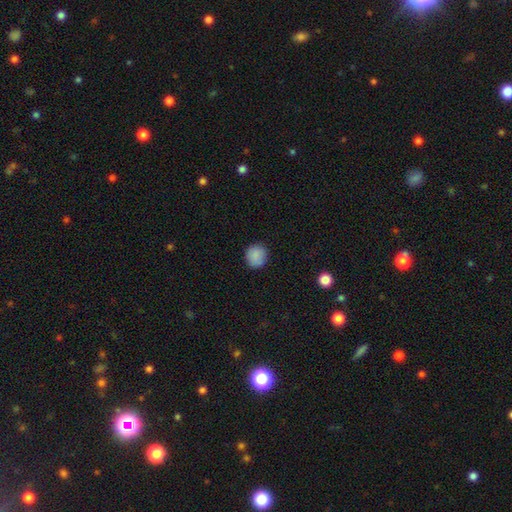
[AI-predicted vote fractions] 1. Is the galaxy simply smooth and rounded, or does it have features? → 88% smooth, 8% star or artifact, 4% featured or disk.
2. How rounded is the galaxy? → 88% round, 11% in between, 1% cigar-shaped.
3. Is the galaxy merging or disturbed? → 87% none, 10% minor disturbance, 2% major disturbance, 1% merger.